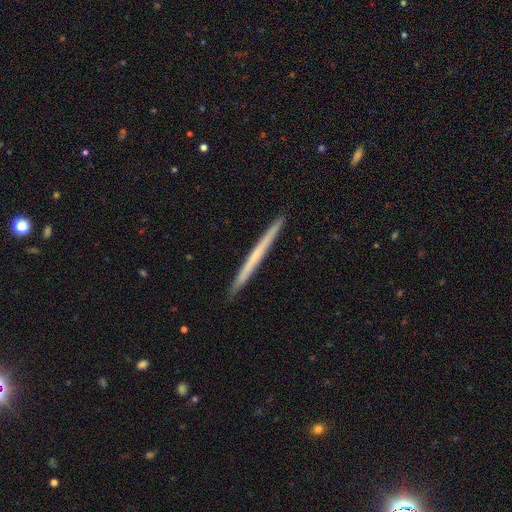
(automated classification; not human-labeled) A featured or disk galaxy (49%). Merging: none (92%).